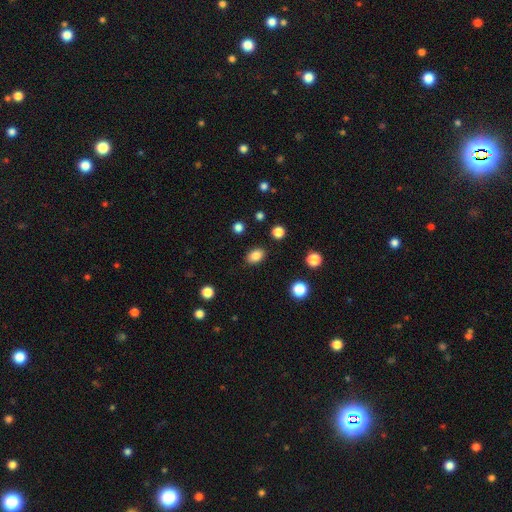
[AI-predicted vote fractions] The model was most divided on "how rounded": in between: 76%, round: 23%, cigar-shaped: 1%. More confident: merging — none (88%); smooth or featured — smooth (85%).